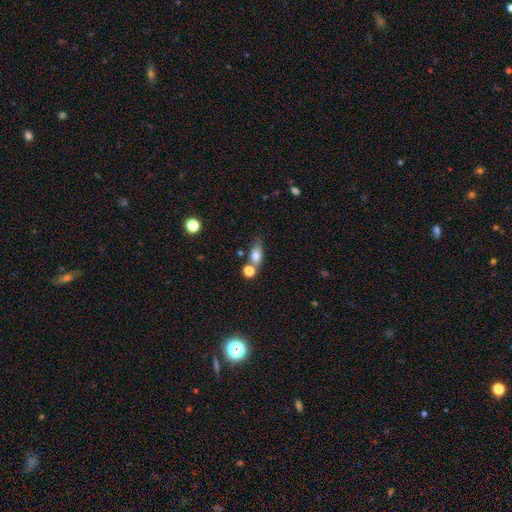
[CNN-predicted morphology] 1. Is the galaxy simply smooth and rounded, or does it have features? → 76% smooth, 14% featured or disk, 11% star or artifact.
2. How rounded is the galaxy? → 71% in between, 16% round, 12% cigar-shaped.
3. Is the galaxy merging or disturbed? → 54% none, 25% merger, 15% minor disturbance, 6% major disturbance.